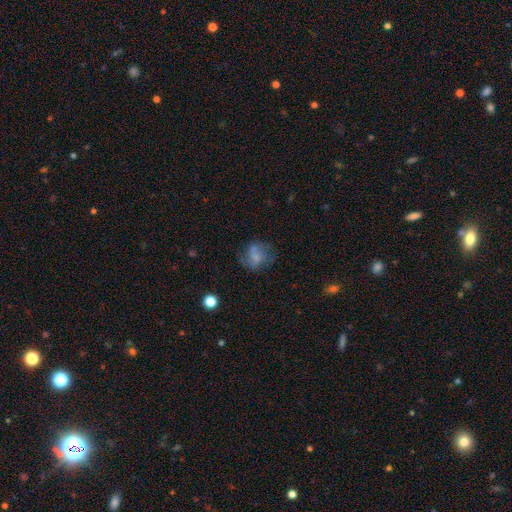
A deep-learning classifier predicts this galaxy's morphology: A smooth galaxy with no disk features (51%) that is round (62%).

Vote fractions:
- Smooth or featured? smooth: 51% / featured or disk: 37% / star or artifact: 12%
- How rounded? round: 62% / in between: 37% / cigar-shaped: 1%
- Merging? none: 50% / minor disturbance: 23% / major disturbance: 22% / merger: 5%